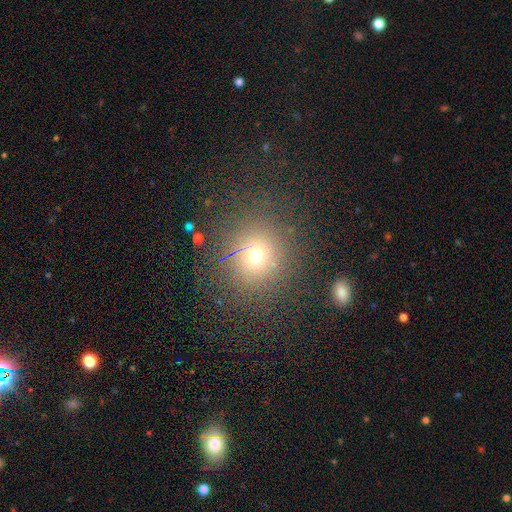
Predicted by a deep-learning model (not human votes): Overall: smooth (69%). How rounded: round (88%). Merging: none (84%).